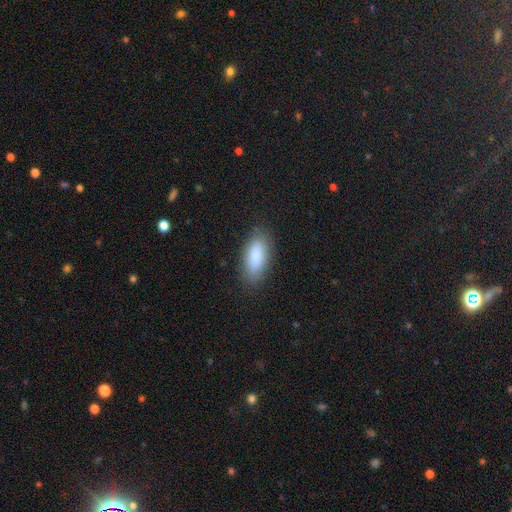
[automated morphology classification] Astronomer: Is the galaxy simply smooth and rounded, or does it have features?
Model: smooth — 85%.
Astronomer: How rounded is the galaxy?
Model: in between — 78%.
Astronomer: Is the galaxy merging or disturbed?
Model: none — 86%.